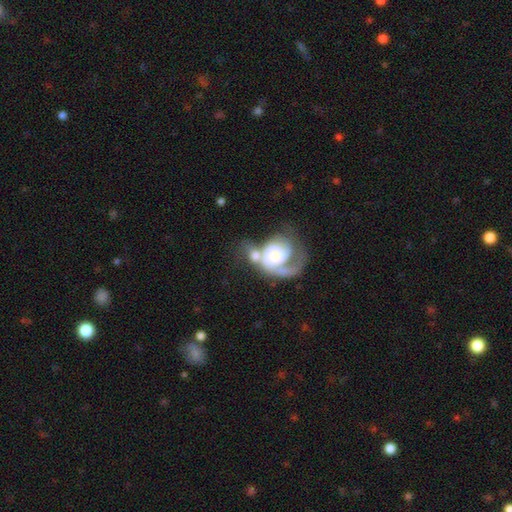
smooth-or-featured: featured or disk: 65% | smooth: 32% | star or artifact: 3%
  disk-edge-on: no: 100% | yes: 0%
    bar: no: 88% | weak: 12% | strong: 0%
    has-spiral-arms: yes: 75% | no: 25%
      spiral-winding: loose: 50% | medium: 33% | tight: 17%
      spiral-arm-count: 1: 78% | 2: 17% | can't tell: 6% | 3: 0% | 4: 0% | more than 4: 0%
    bulge-size: moderate: 46% (tied) | small: 46% (tied) | dominant: 4% | large: 4% | none: 0%
  merging: merger: 53% | major disturbance: 25% | none: 14% | minor disturbance: 8%